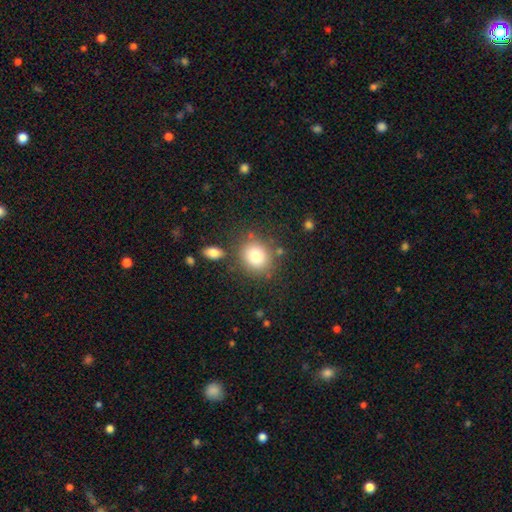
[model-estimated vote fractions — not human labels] Smooth or featured?
  - smooth: 82% *
  - star or artifact: 10%
  - featured or disk: 9%
How rounded?
  - round: 71% *
  - in between: 28%
  - cigar-shaped: 1%
Merging?
  - none: 76% *
  - minor disturbance: 12%
  - merger: 7%
  - major disturbance: 5%